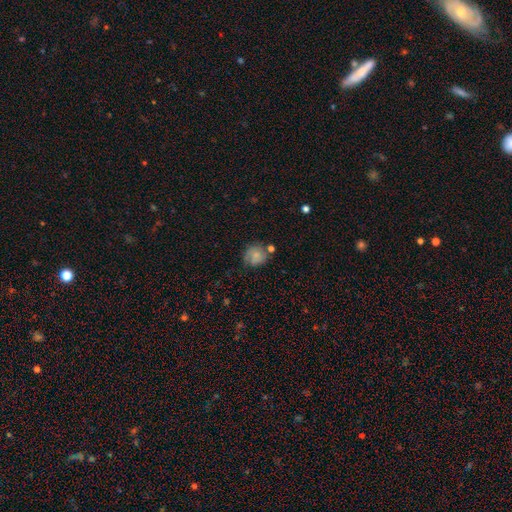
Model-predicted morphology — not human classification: Overall: smooth (70%). How rounded: round (80%). Merging: none (55%; minor disturbance 26%).